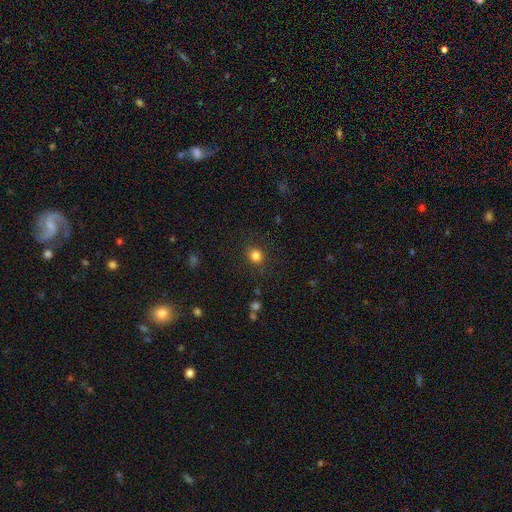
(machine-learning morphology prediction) Q: Smooth or featured?
A: smooth (83%); runner-up: star or artifact (12%)
Q: How rounded?
A: round (80%); runner-up: in between (19%)
Q: Merging?
A: none (87%); runner-up: minor disturbance (8%)